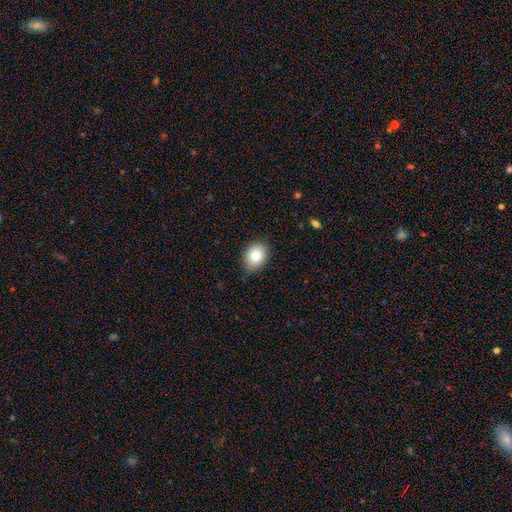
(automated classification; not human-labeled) Morphology: type=smooth (79%); roundness=in between (63%); merging=none (85%).